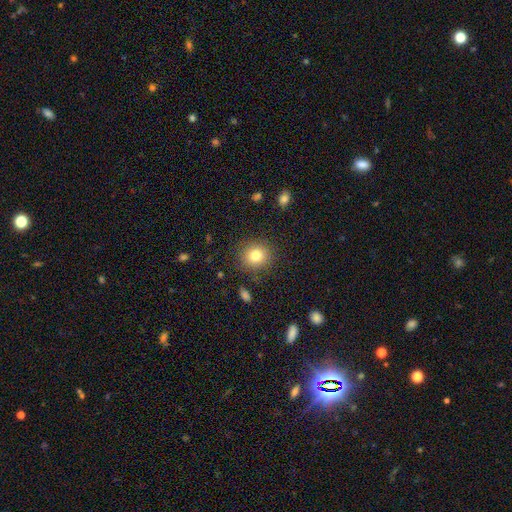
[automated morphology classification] Smooth or featured: smooth — 80% (star or artifact — 11%)
How rounded: round — 84% (in between — 16%)
Merging: none — 86% (minor disturbance — 9%)